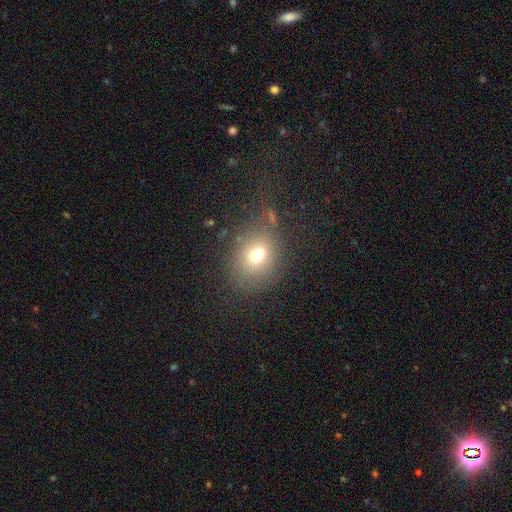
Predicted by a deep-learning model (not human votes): Q: Smooth or featured?
A: smooth (67%); runner-up: featured or disk (18%)
Q: How rounded?
A: round (53%); runner-up: in between (46%)
Q: Merging?
A: none (56%); runner-up: merger (19%)